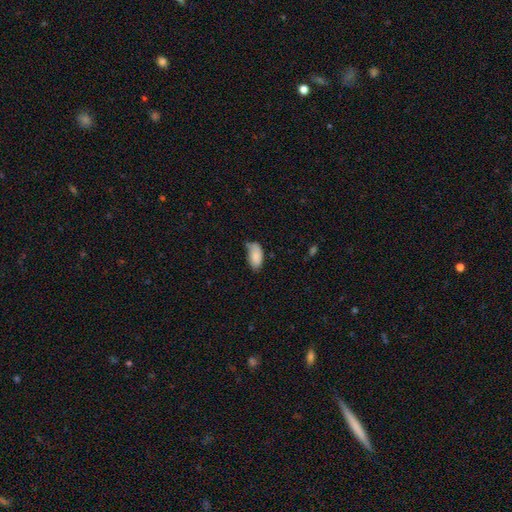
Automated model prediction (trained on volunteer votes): A smooth galaxy with no disk features (85%) that is in between round and cigar-shaped (94%). Merging: none (54%).